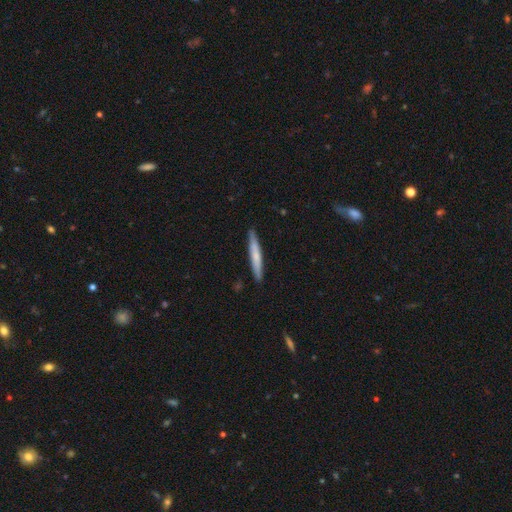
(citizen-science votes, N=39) A smooth galaxy with no disk features (51%) that is cigar-shaped (100%). Merging: none (95%).